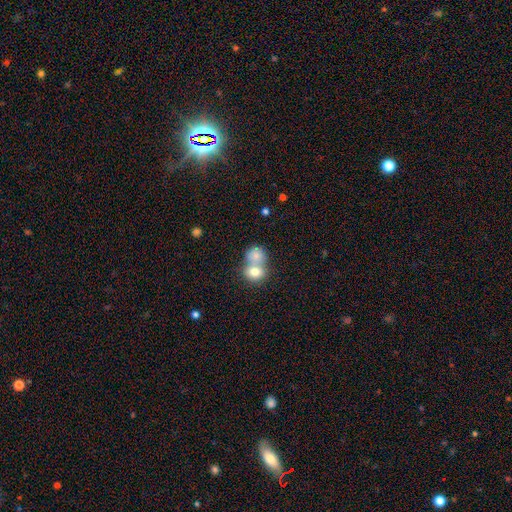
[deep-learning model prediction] smooth-or-featured: smooth: 76% | featured or disk: 15% | star or artifact: 9%
  how-rounded: round: 69% | in between: 30% | cigar-shaped: 1%
  merging: merger: 67% | none: 24% | minor disturbance: 6% | major disturbance: 3%